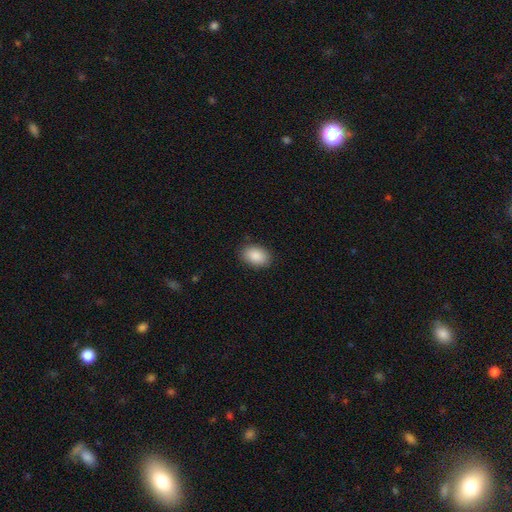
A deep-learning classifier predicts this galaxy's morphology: This is clearly a smooth galaxy (89%). How rounded: clearly in between (85%). Merging: clearly none (87%).